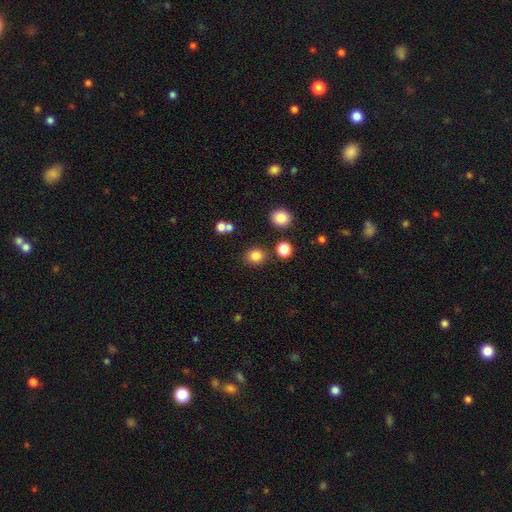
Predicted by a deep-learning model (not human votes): The model was most divided on "how rounded": round: 81%, in between: 18%, cigar-shaped: 1%. More confident: merging — none (84%); smooth or featured — smooth (83%).